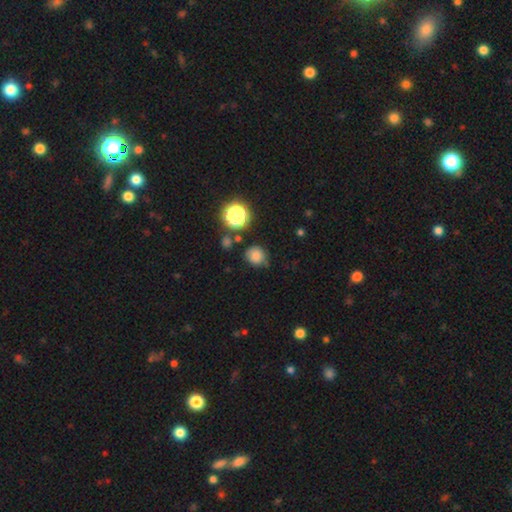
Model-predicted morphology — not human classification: A smooth galaxy with no disk features (79%) that is round (84%). Merging: none (73%).